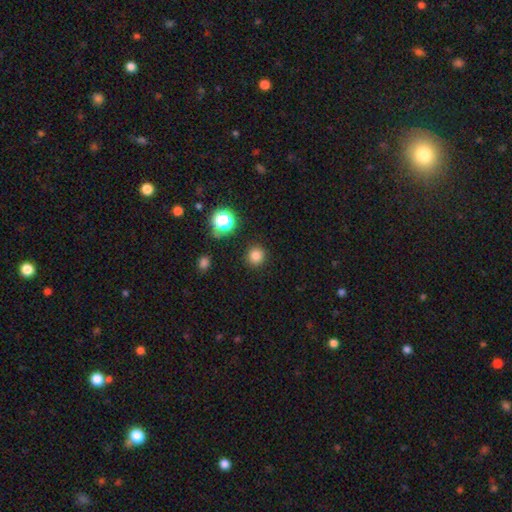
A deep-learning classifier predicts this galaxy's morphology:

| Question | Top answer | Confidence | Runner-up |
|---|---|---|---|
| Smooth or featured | smooth | 80% | star or artifact (15%) |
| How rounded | round | 92% | in between (7%) |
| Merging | none | 89% | minor disturbance (6%) |